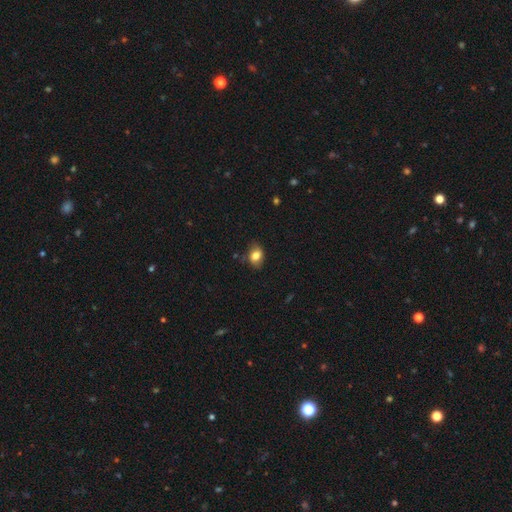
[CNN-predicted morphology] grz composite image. It shows a smooth galaxy with no disk features (77%) that is in between round and cigar-shaped (70%). Merging: none (69%).